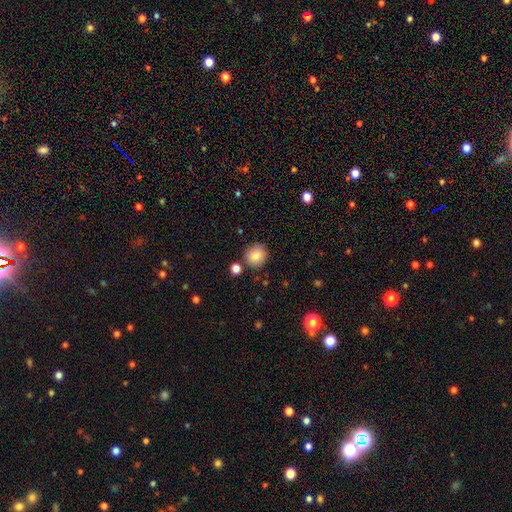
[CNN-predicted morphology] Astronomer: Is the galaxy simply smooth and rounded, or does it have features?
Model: smooth — 84%.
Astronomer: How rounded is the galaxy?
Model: round — 87%.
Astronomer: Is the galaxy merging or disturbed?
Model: none — 82%.